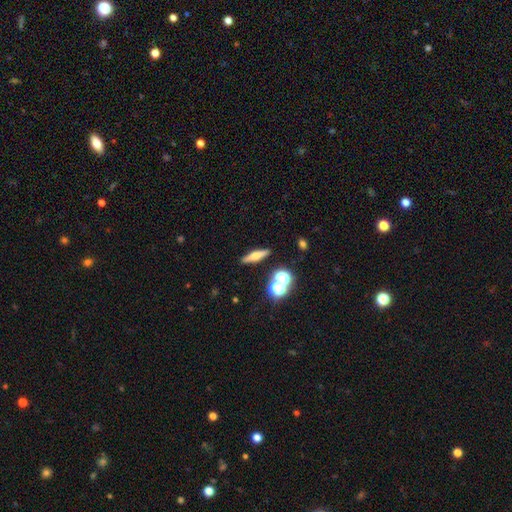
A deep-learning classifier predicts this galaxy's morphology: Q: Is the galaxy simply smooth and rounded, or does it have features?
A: featured or disk — 51%.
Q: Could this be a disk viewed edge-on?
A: yes — 93%.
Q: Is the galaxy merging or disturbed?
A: none — 85%.